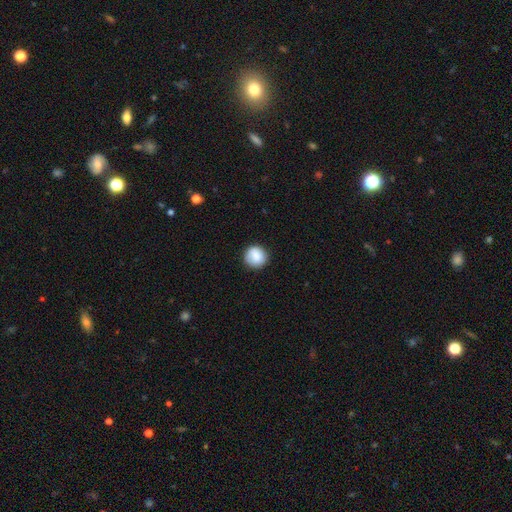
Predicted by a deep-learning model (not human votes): This is clearly a smooth galaxy (86%). How rounded: clearly round (93%). Merging: clearly none (87%).